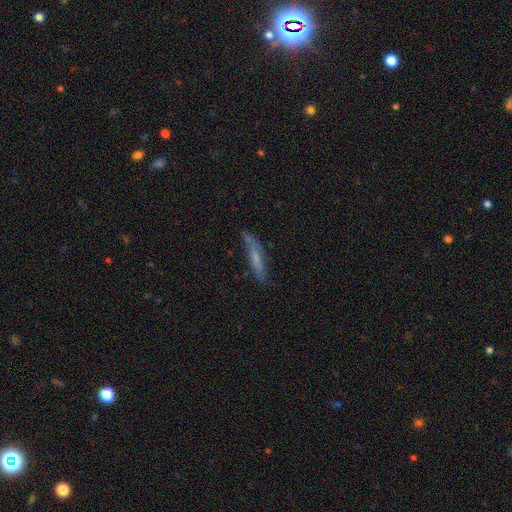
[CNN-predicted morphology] type=smooth (52%); roundness=cigar-shaped (87%); merging=none (75%).